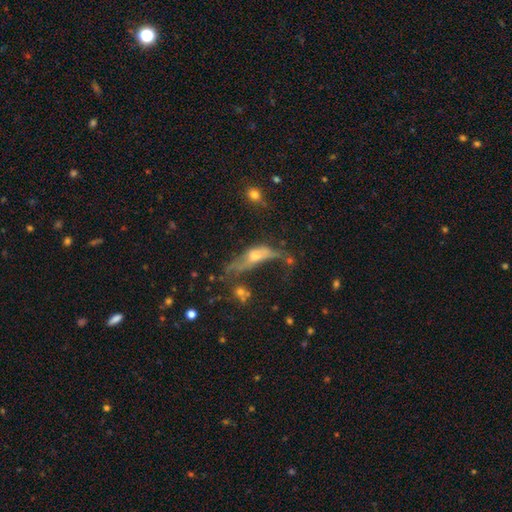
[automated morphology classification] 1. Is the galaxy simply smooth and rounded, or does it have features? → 50% featured or disk, 36% smooth, 15% star or artifact.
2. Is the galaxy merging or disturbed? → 41% major disturbance, 25% none, 18% minor disturbance, 16% merger.